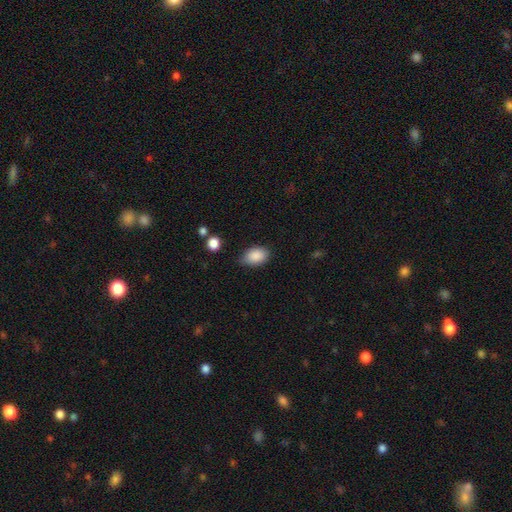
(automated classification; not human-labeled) This appears to be a smooth galaxy with no disk features (88%) that is in between round and cigar-shaped (86%). Merging: none (72%).